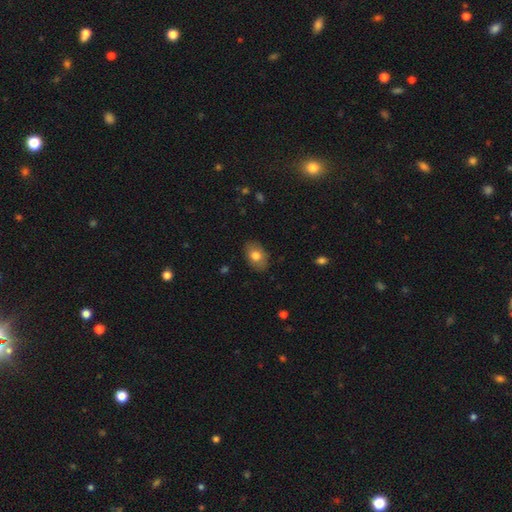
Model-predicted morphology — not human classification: smooth_or_featured: smooth (p=0.78) [alt: featured or disk p=0.15]
how_rounded: in between (p=0.84) [alt: round p=0.15]
merging: none (p=0.86) [alt: minor disturbance p=0.11]